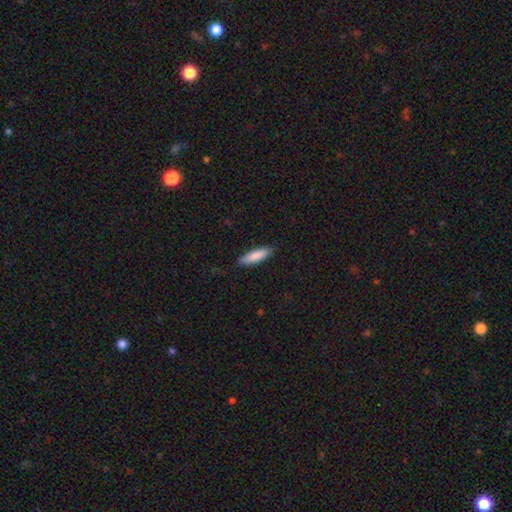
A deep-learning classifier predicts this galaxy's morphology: Q: Smooth or featured?
A: smooth (86%); runner-up: featured or disk (8%)
Q: How rounded?
A: cigar-shaped (58%); runner-up: in between (41%)
Q: Merging?
A: none (86%); runner-up: minor disturbance (11%)